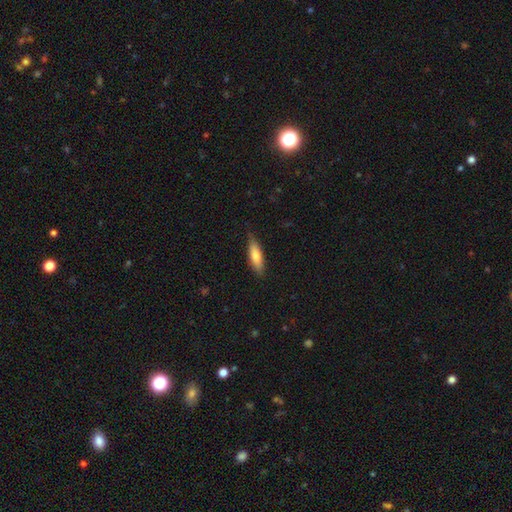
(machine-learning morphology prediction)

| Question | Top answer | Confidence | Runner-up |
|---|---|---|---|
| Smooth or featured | smooth | 75% | featured or disk (20%) |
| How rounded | cigar-shaped | 58% | in between (40%) |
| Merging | none | 79% | minor disturbance (17%) |